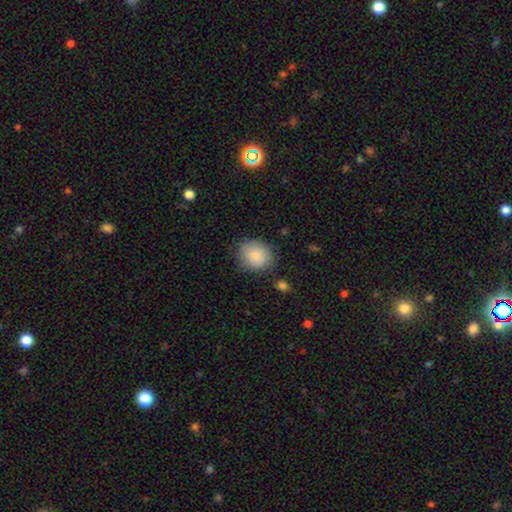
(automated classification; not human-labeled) Overall: smooth (87%). How rounded: round (62%; in between 37%). Merging: none (73%).